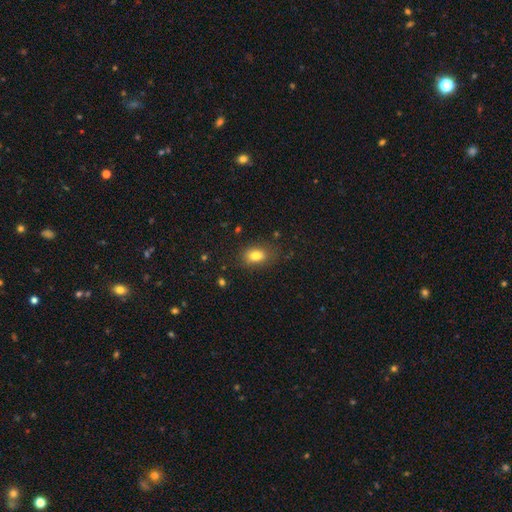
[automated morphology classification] Smooth or featured? smooth (82%)
How rounded? in between (83%)
Merging? none (78%)